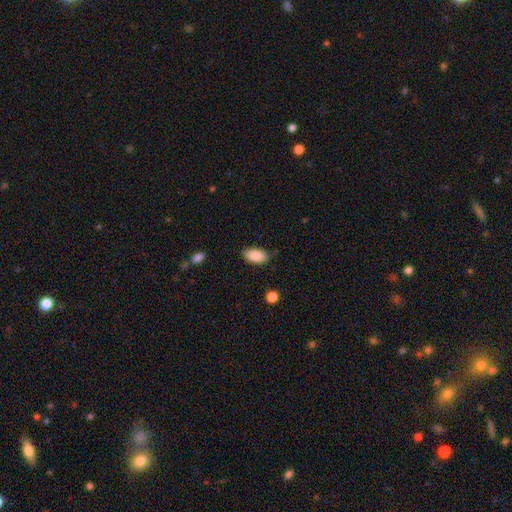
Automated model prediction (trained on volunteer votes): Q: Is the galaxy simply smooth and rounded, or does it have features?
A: smooth — 86%.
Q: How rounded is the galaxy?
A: in between — 93%.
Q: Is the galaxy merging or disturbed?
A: none — 80%.